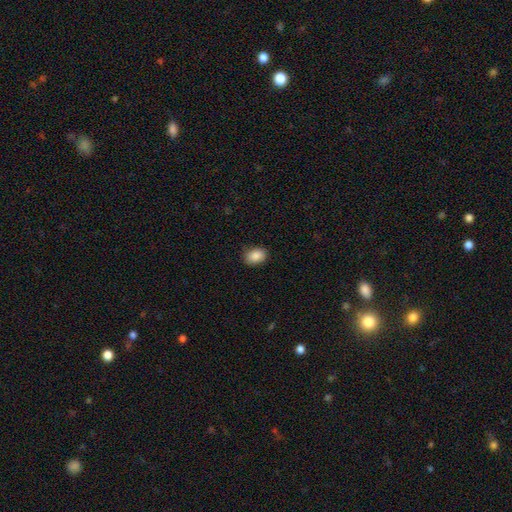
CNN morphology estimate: The model was most divided on "how rounded": in between: 76%, round: 23%, cigar-shaped: 1%. More confident: smooth or featured — smooth (88%); merging — none (86%).